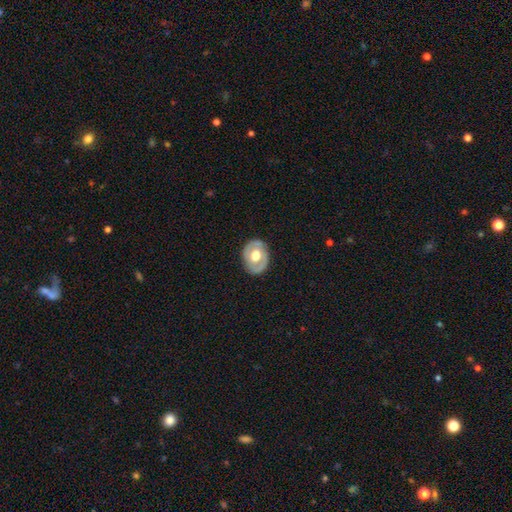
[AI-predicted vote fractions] Morphology: type=featured or disk (59%); edge-on=no (94%); bar=no (71%); spiral arms=no (67%); bulge=moderate (56%); merging=none (82%).